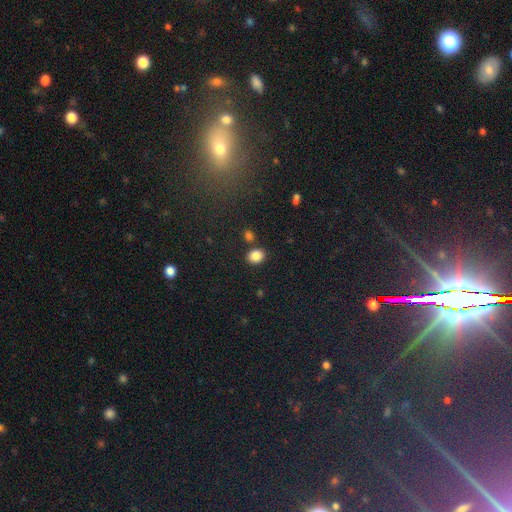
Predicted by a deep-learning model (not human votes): Morphology: type=smooth (86%); roundness=round (54%); merging=none (80%).